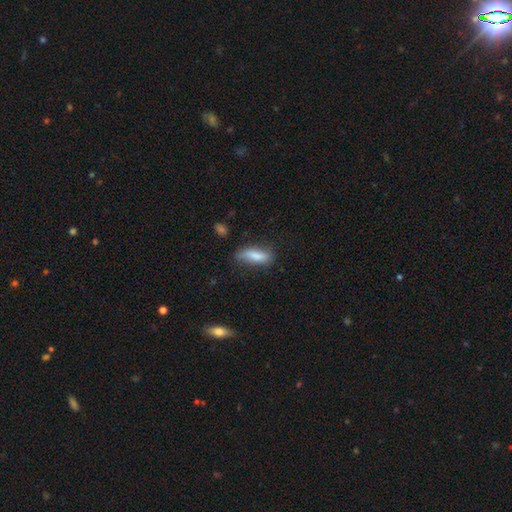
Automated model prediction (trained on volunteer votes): This is clearly a smooth galaxy (81%). How rounded: possibly in between (54%). Merging: likely none (62%).